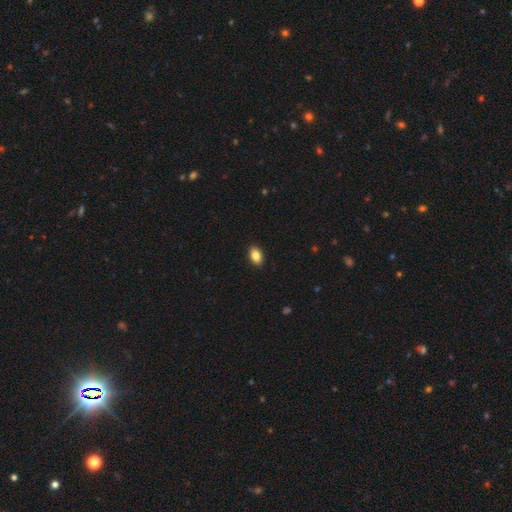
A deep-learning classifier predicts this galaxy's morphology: Q: Smooth or featured?
A: smooth (86%); runner-up: star or artifact (8%)
Q: How rounded?
A: in between (89%); runner-up: round (10%)
Q: Merging?
A: none (91%); runner-up: minor disturbance (7%)